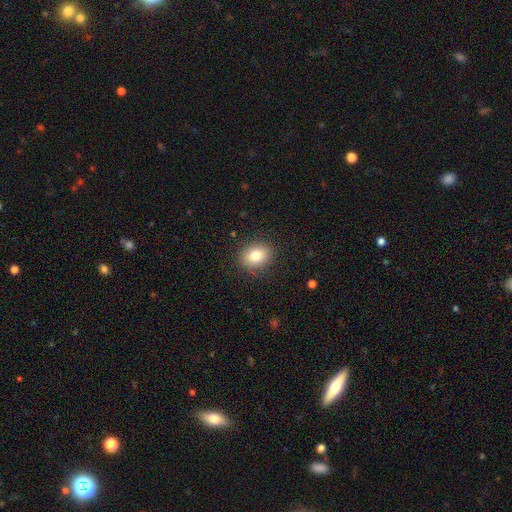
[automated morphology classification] type=smooth (81%); roundness=in between (53%); merging=none (88%).